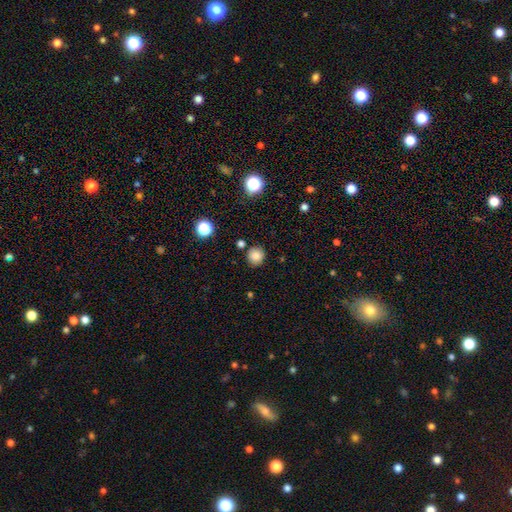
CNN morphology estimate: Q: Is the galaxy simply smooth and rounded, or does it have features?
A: smooth — 83%.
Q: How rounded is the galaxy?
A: round — 90%.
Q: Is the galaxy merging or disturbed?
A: none — 86%.